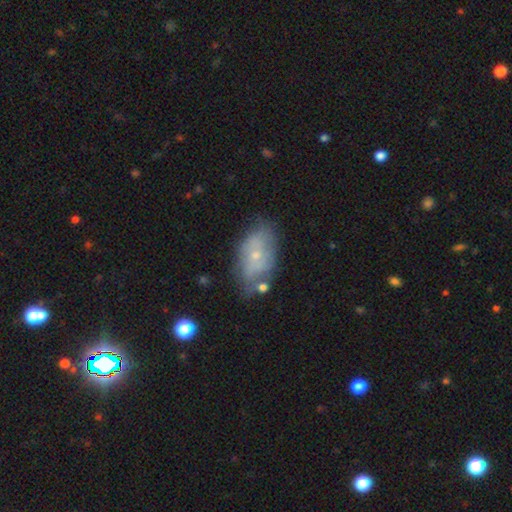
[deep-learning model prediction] Q: Smooth or featured?
A: featured or disk (50%); runner-up: smooth (42%)
Q: Merging?
A: none (56%); runner-up: minor disturbance (27%)